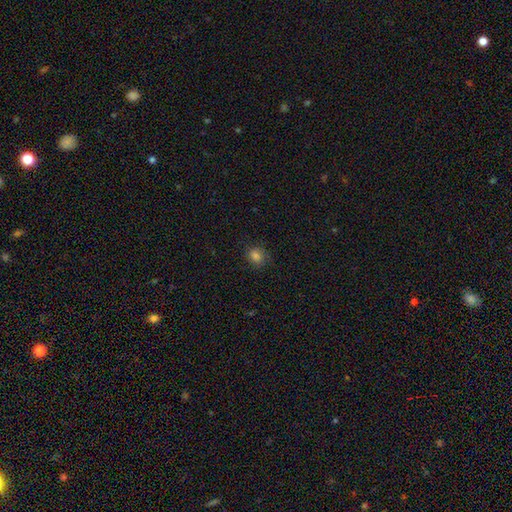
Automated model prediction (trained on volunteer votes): This is clearly a smooth galaxy (81%). How rounded: likely round (71%). Merging: clearly none (82%).